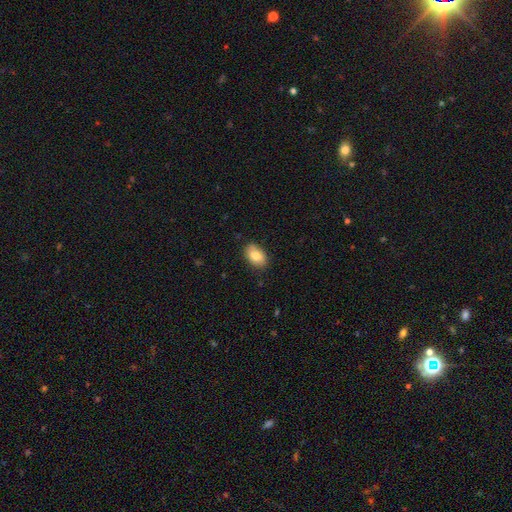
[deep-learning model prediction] A smooth galaxy with no disk features (80%) that is in between round and cigar-shaped (89%). Merging: none (79%).